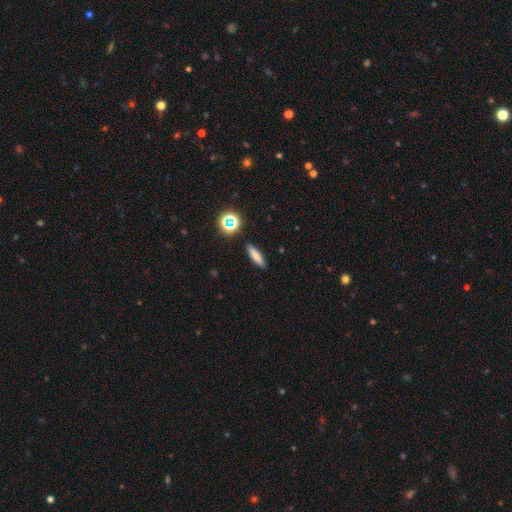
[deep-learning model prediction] Morphology: type=smooth (76%); roundness=cigar-shaped (63%); merging=none (88%).